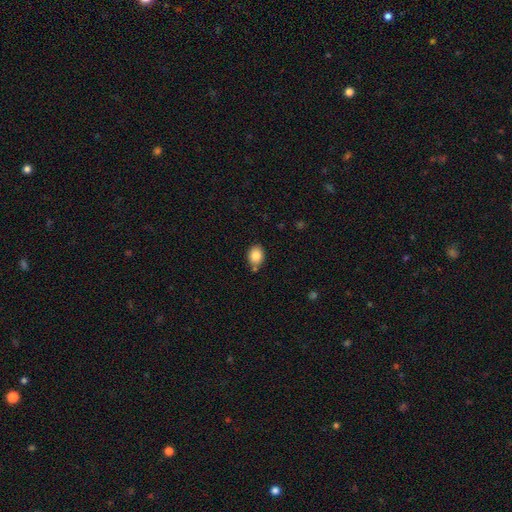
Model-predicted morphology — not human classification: smooth 84%, star or artifact 9%, featured or disk 7%. Down the decision tree: how rounded — in between (51%); merging — none (74%).